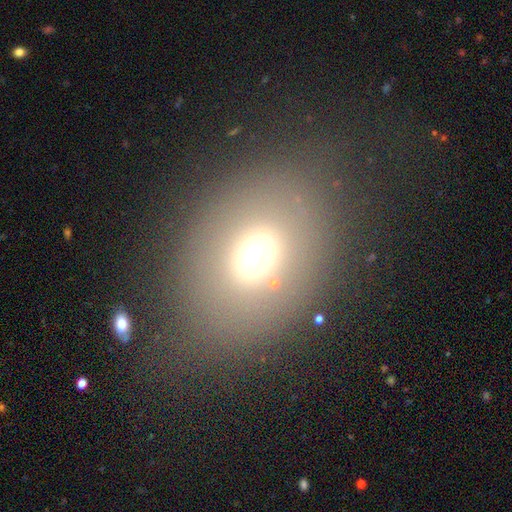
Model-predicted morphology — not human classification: A smooth galaxy with no disk features (65%) that is in between round and cigar-shaped (57%).

Vote fractions:
- Smooth or featured? smooth: 65% / featured or disk: 18% / star or artifact: 17%
- How rounded? in between: 57% / round: 41% / cigar-shaped: 1%
- Merging? none: 71% / minor disturbance: 14% / major disturbance: 11% / merger: 4%